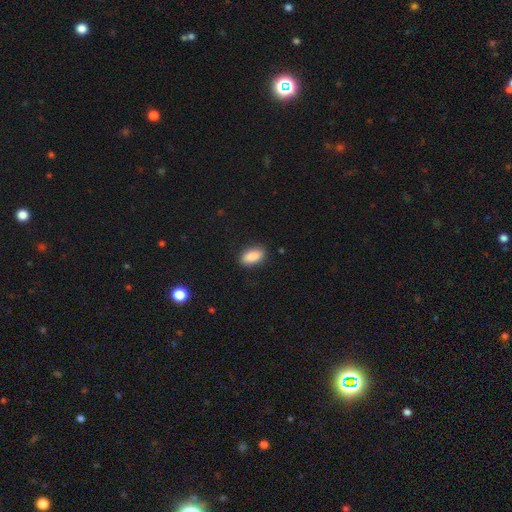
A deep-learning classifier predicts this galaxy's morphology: type=smooth (88%); roundness=in between (90%); merging=none (87%).